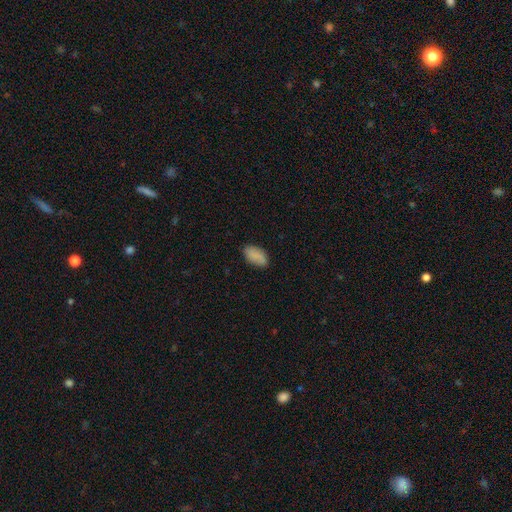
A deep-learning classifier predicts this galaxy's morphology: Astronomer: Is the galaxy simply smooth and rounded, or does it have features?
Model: smooth — 84%.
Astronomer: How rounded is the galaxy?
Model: in between — 94%.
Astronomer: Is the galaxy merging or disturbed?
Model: none — 83%.